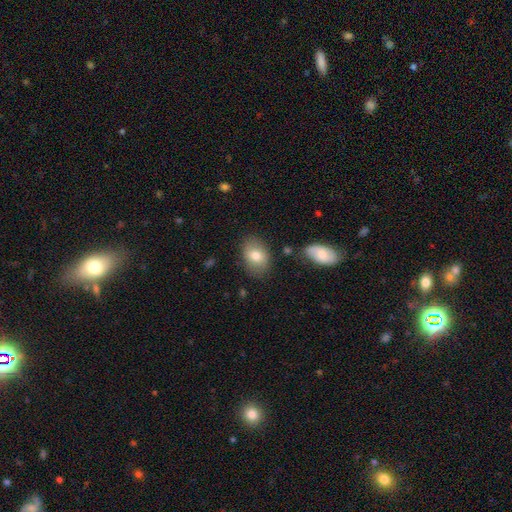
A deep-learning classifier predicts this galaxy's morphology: This is likely a smooth galaxy (76%). How rounded: clearly in between (81%). Merging: likely none (76%).